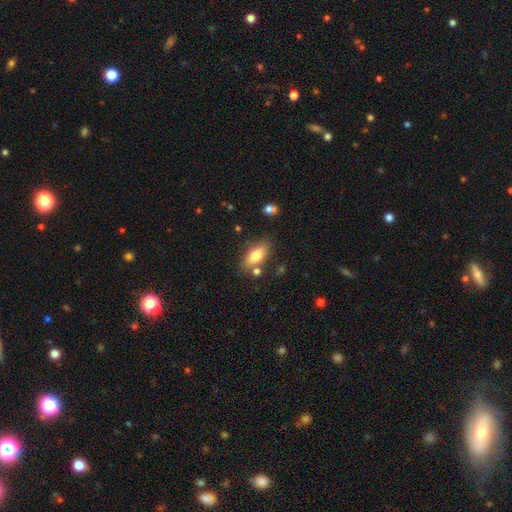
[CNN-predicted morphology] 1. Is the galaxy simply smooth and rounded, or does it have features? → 75% smooth, 17% featured or disk, 7% star or artifact.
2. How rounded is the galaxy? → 83% in between, 13% cigar-shaped, 4% round.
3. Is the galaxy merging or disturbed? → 74% none, 14% minor disturbance, 8% merger, 3% major disturbance.